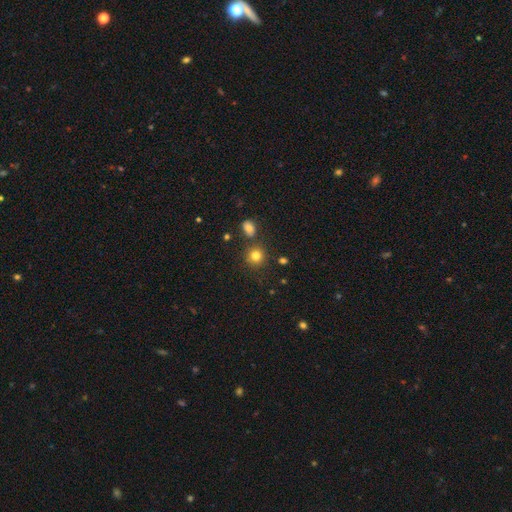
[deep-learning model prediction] A smooth galaxy with no disk features (80%) that is round (90%).

Vote fractions:
- Smooth or featured? smooth: 80% / star or artifact: 14% / featured or disk: 7%
- How rounded? round: 90% / in between: 10% / cigar-shaped: 1%
- Merging? none: 79% / merger: 9% / minor disturbance: 9% / major disturbance: 3%